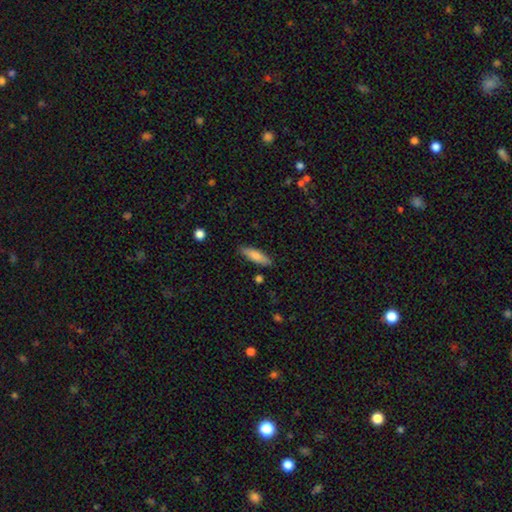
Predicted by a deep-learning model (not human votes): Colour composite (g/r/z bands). It shows a smooth galaxy with no disk features (80%) that is cigar-shaped (54%). Merging: none (84%).